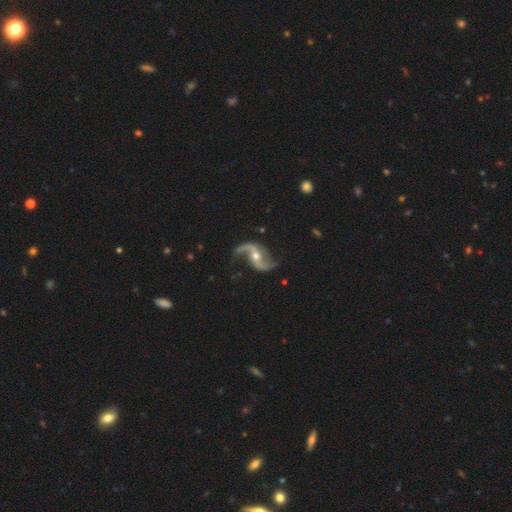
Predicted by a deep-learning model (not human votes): The model was most divided on "bar": no: 46%, weak: 34%, strong: 20%. More confident: spiral arms — yes (98%); edge-on disk — no (97%); spiral arm count — 2 (94%); smooth or featured — featured or disk (93%); spiral winding — loose (82%); merging — none (76%); bulge size — moderate (65%).